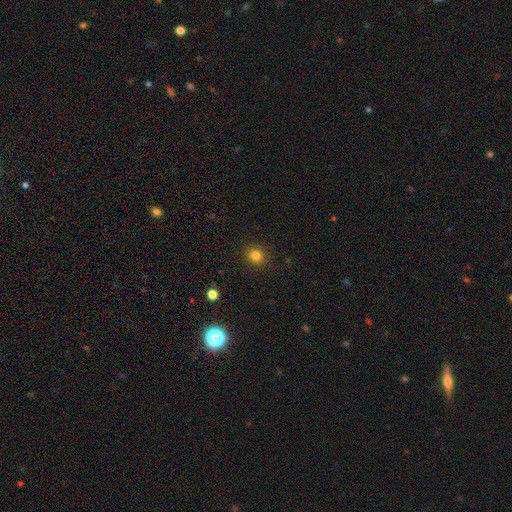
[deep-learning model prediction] Q: Smooth or featured?
A: smooth (81%); runner-up: star or artifact (14%)
Q: How rounded?
A: round (88%); runner-up: in between (11%)
Q: Merging?
A: none (90%); runner-up: minor disturbance (6%)